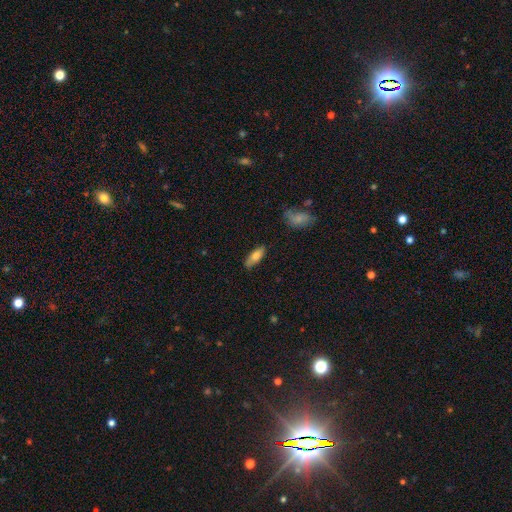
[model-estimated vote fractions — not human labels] smooth_or_featured: smooth (p=0.73) [alt: featured or disk p=0.21]
how_rounded: in between (p=0.66) [alt: cigar-shaped p=0.32]
merging: none (p=0.81) [alt: minor disturbance p=0.15]